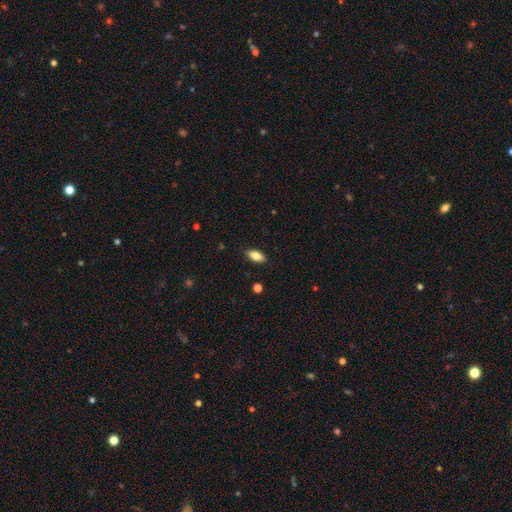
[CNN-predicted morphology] Overall: smooth (82%). How rounded: in between (88%). Merging: none (88%).